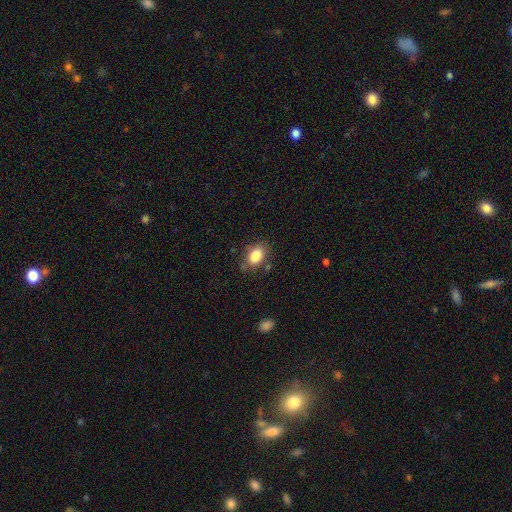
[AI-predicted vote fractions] Smooth or featured: smooth — 85% (star or artifact — 8%)
How rounded: in between — 81% (round — 18%)
Merging: none — 76% (minor disturbance — 17%)